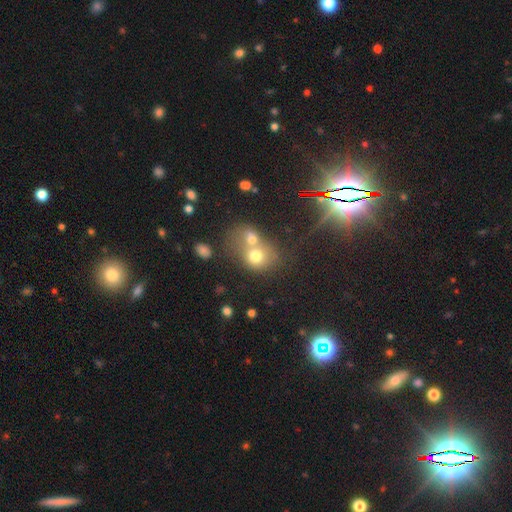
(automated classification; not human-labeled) Morphology: type=smooth (66%); roundness=round (63%); merging=merger (65%).